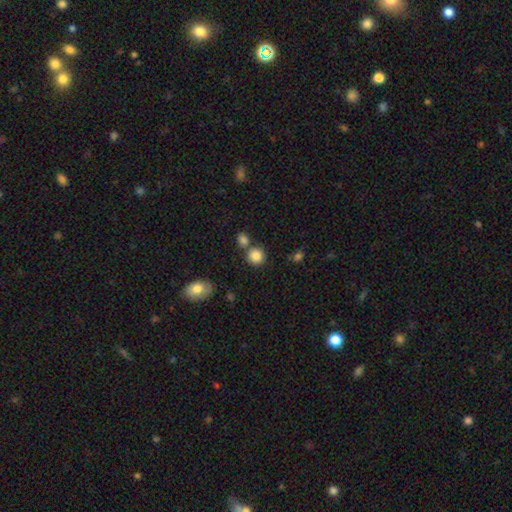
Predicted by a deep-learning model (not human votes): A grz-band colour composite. It shows a smooth galaxy with no disk features (85%) that is round (89%). Merging: none (69%).